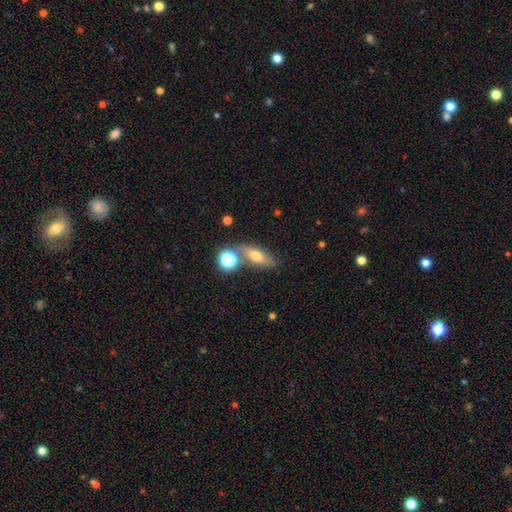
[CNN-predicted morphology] This is possibly a smooth galaxy (53%). How rounded: likely in between (63%). Merging: possibly none (59%).